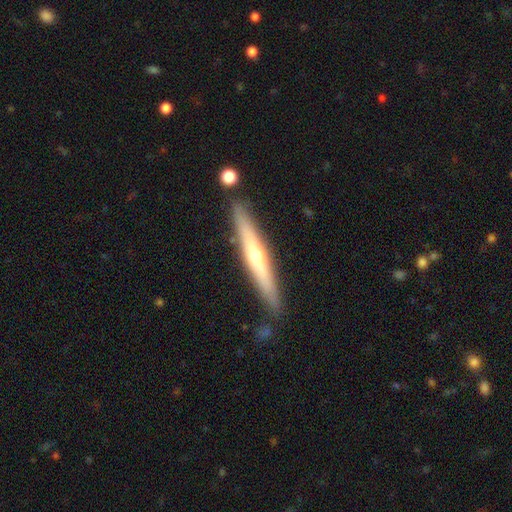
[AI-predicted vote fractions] Smooth or featured?
  - featured or disk: 61% *
  - smooth: 34%
  - star or artifact: 6%
Edge-on disk?
  - yes: 92% *
  - no: 8%
Edge-on bulge?
  - rounded: 79% *
  - none: 18%
  - boxy: 3%
Merging?
  - none: 86% *
  - minor disturbance: 9%
  - merger: 3%
  - major disturbance: 2%